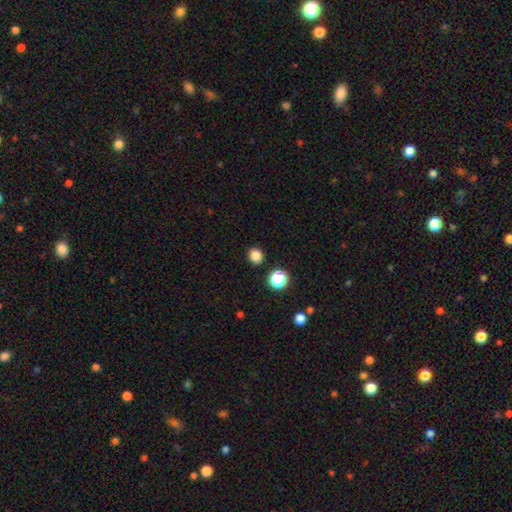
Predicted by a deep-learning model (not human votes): This appears to be a smooth galaxy with no disk features (83%) that is round (89%). Merging: none (91%).